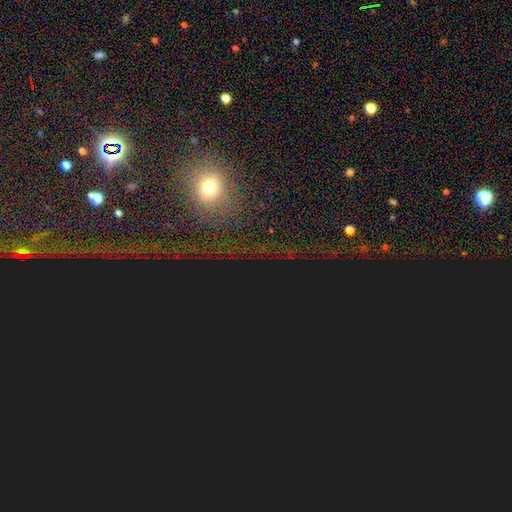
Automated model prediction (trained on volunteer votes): Smooth or featured: star or artifact — 63% (smooth — 28%)